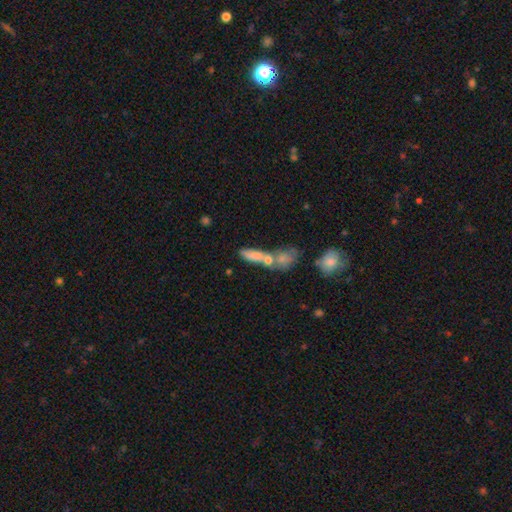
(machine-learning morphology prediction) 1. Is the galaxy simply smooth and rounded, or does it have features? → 69% smooth, 21% featured or disk, 10% star or artifact.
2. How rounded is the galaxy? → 51% in between, 41% cigar-shaped, 7% round.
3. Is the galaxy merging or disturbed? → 55% merger, 27% none, 10% minor disturbance, 8% major disturbance.